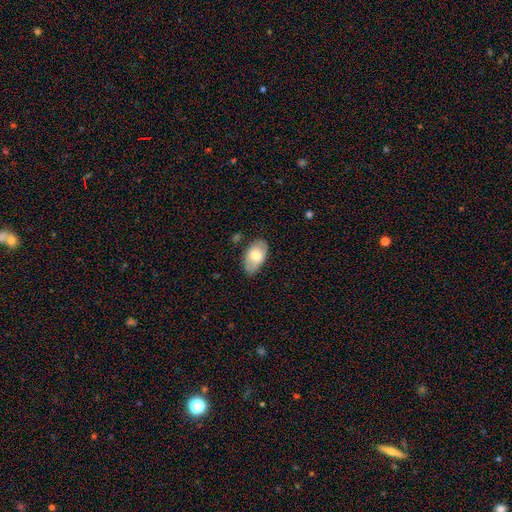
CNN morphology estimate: type=smooth (65%); roundness=in between (93%); merging=none (75%).